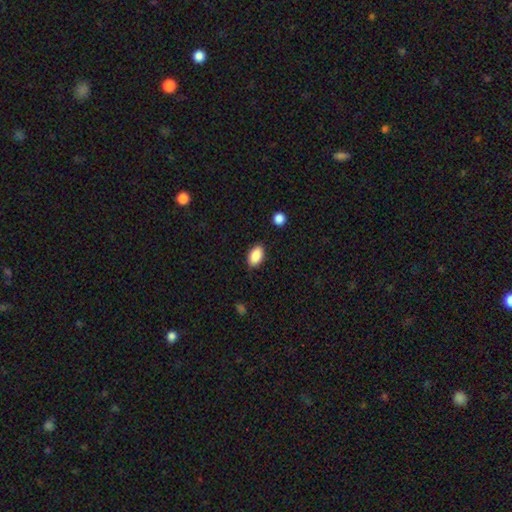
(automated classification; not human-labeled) Overall: smooth (89%). How rounded: in between (92%). Merging: none (85%).